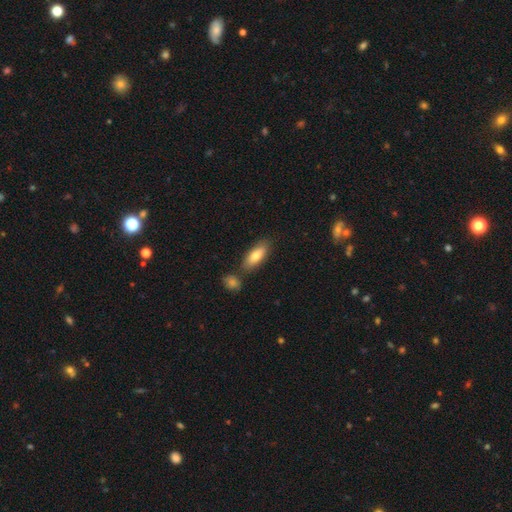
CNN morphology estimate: Smooth or featured: smooth — 79% (featured or disk — 15%)
How rounded: in between — 75% (cigar-shaped — 23%)
Merging: none — 73% (minor disturbance — 13%)